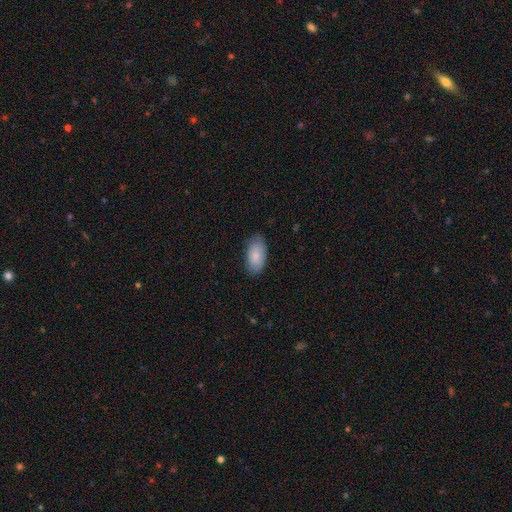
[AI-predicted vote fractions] Q: Smooth or featured?
A: smooth (84%); runner-up: featured or disk (10%)
Q: How rounded?
A: in between (95%); runner-up: round (3%)
Q: Merging?
A: none (79%); runner-up: minor disturbance (17%)